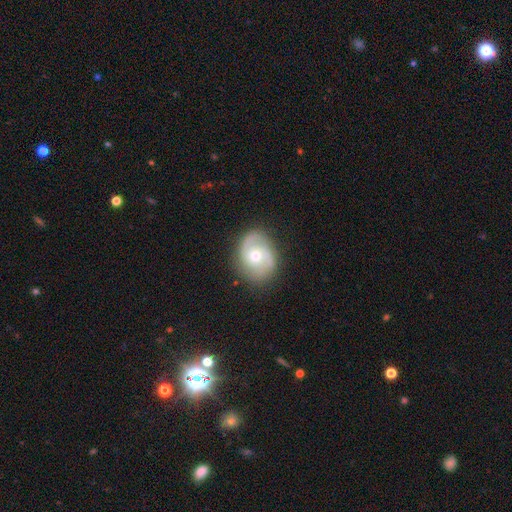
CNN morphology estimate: Smooth or featured? featured or disk (74%)
Edge-on disk? no (97%)
Bar? no (70%)
Spiral arms? yes (91%)
Spiral winding? medium (47%)
Spiral arm count? 2 (77%)
Bulge size? moderate (60%)
Merging? none (79%)